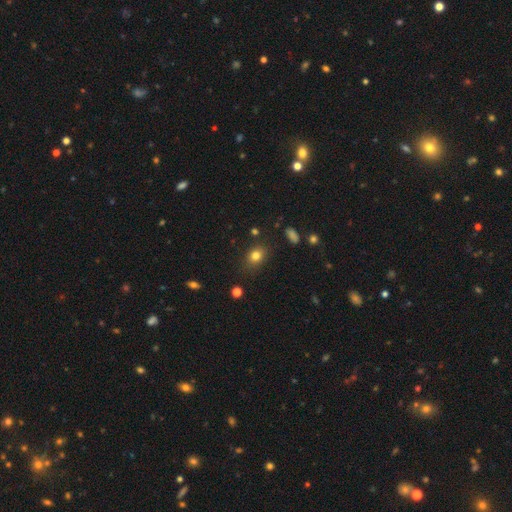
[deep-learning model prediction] Smooth or featured? smooth (79%)
How rounded? in between (54%)
Merging? none (80%)